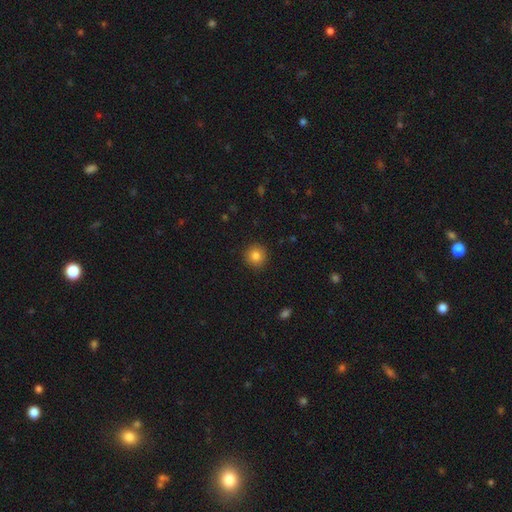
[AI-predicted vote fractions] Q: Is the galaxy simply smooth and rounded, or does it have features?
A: smooth — 83%.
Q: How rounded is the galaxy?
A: round — 94%.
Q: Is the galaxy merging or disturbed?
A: none — 91%.